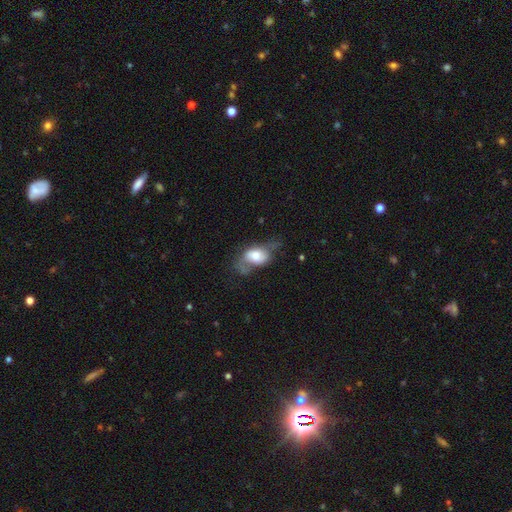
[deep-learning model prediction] Q: Smooth or featured?
A: smooth (57%); runner-up: featured or disk (35%)
Q: How rounded?
A: in between (82%); runner-up: round (15%)
Q: Merging?
A: major disturbance (34%); runner-up: none (31%)